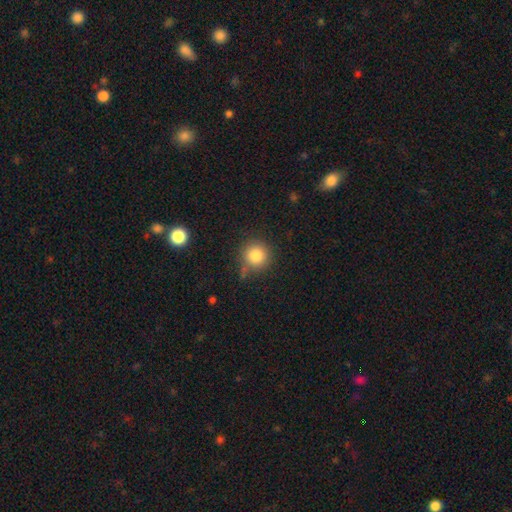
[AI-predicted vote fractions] This is clearly a smooth galaxy (83%). How rounded: clearly round (94%). Merging: likely none (75%).